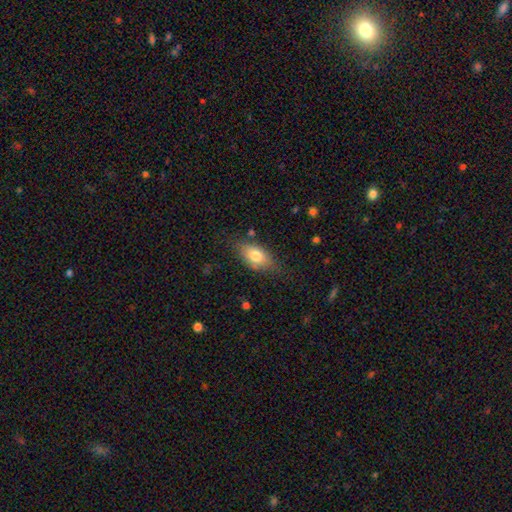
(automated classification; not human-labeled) A smooth galaxy with no disk features (76%) that is in between round and cigar-shaped (87%). Merging: none (73%).